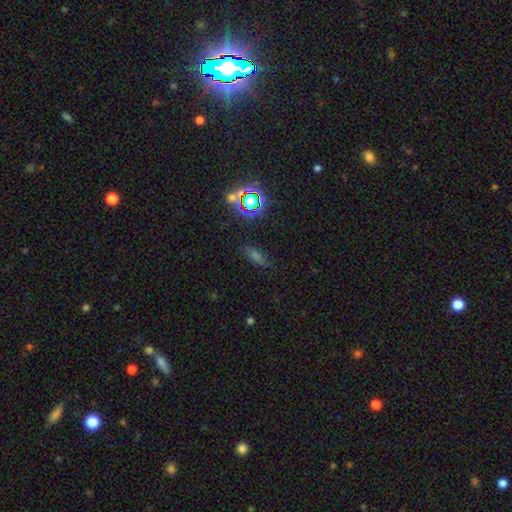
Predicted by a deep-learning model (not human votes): smooth-or-featured: smooth: 51% | star or artifact: 34% | featured or disk: 14%
  how-rounded: in between: 55% | cigar-shaped: 35% | round: 11%
  merging: none: 80% | minor disturbance: 13% | major disturbance: 4% | merger: 2%